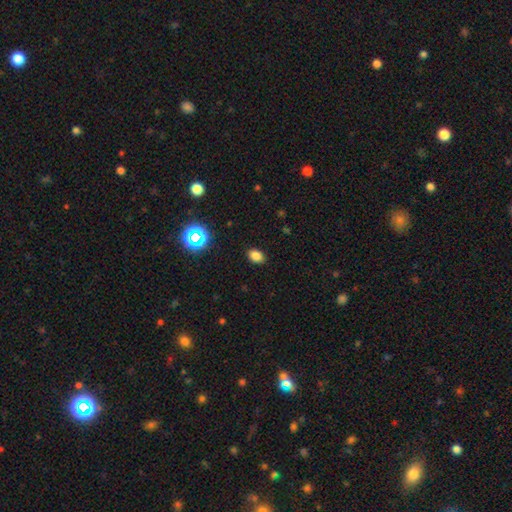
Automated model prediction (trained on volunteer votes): smooth_or_featured: smooth (p=0.80) [alt: star or artifact p=0.15]
how_rounded: in between (p=0.77) [alt: round p=0.22]
merging: none (p=0.88) [alt: minor disturbance p=0.08]